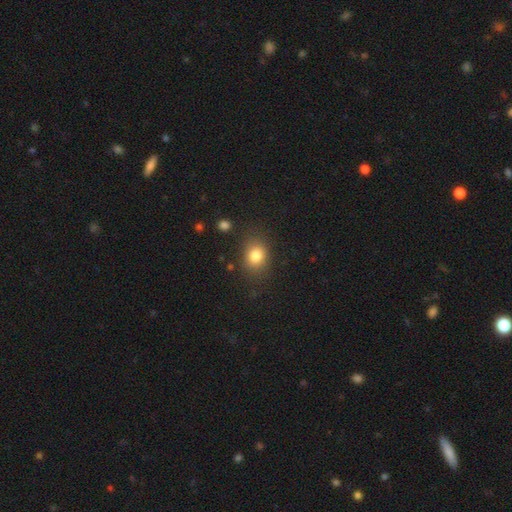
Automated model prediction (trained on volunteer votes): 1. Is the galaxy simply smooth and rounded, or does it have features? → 81% smooth, 11% star or artifact, 8% featured or disk.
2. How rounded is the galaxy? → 53% round, 46% in between, 1% cigar-shaped.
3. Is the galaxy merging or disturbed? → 79% none, 14% minor disturbance, 5% major disturbance, 2% merger.